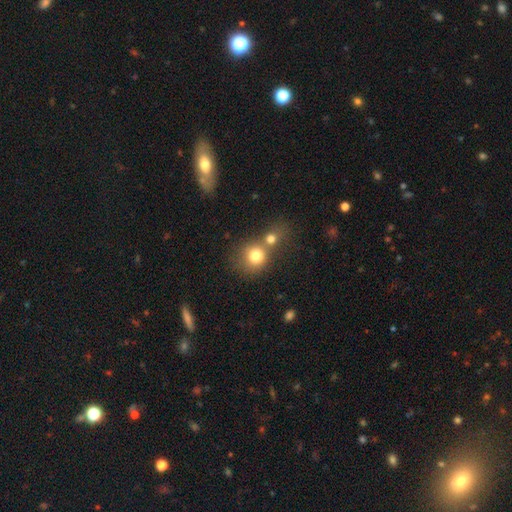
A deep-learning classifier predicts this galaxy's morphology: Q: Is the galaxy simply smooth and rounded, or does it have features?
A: smooth — 76%.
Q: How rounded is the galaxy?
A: round — 82%.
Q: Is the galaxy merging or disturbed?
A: merger — 47%.